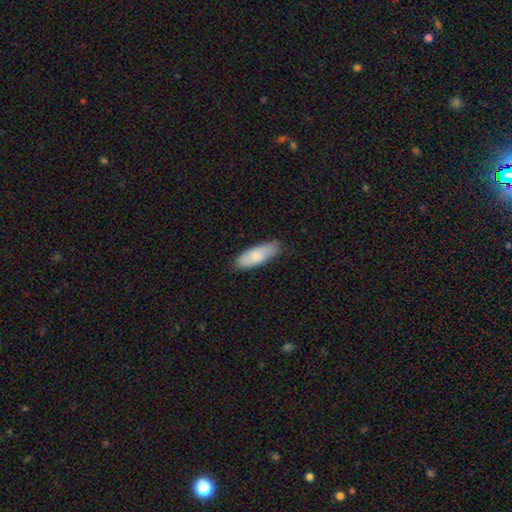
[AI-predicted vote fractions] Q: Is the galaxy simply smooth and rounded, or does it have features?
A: smooth — 76%.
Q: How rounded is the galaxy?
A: in between — 68%.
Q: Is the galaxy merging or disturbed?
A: none — 78%.